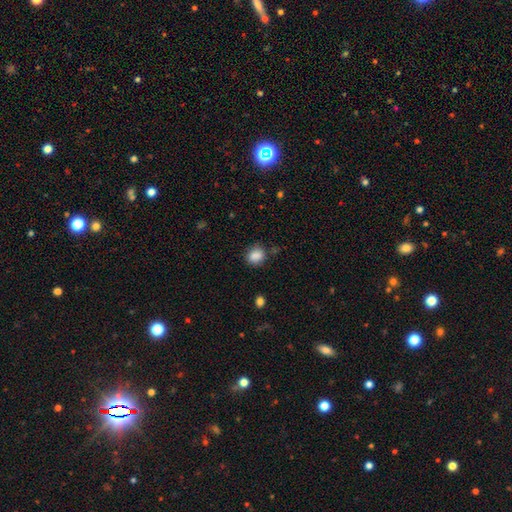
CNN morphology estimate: Q: Smooth or featured?
A: smooth (86%); runner-up: star or artifact (9%)
Q: How rounded?
A: round (61%); runner-up: in between (38%)
Q: Merging?
A: none (74%); runner-up: minor disturbance (18%)